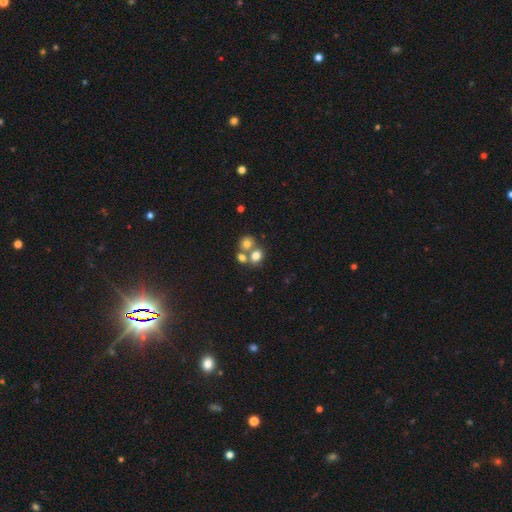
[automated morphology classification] smooth 73%, featured or disk 14%, star or artifact 13%. Down the decision tree: how rounded — round (69%); merging — merger (50%).